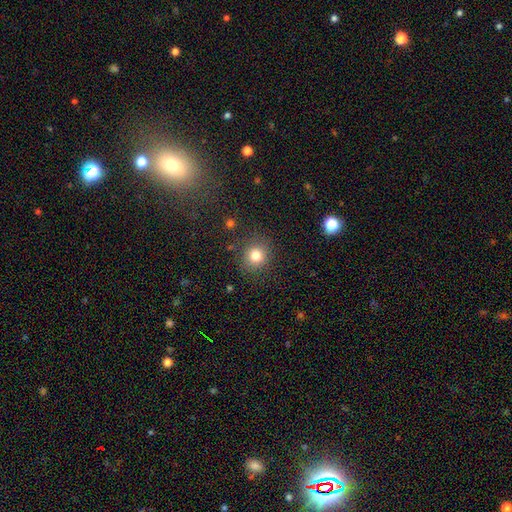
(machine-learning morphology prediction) Smooth or featured? Predicted: smooth (p=0.81). How rounded? Predicted: round (p=0.85). Merging? Predicted: none (p=0.85).